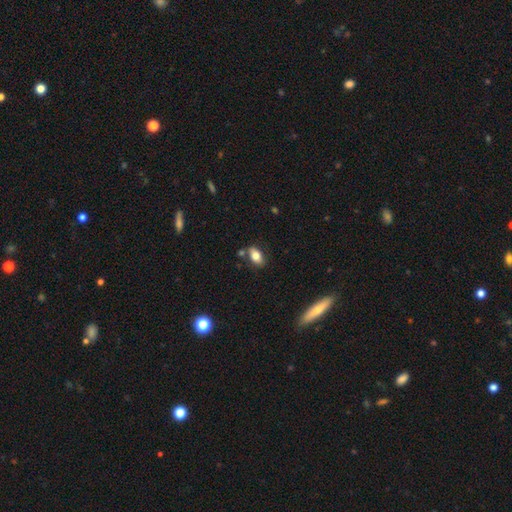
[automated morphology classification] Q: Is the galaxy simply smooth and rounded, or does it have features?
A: smooth — 79%.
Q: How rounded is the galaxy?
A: in between — 88%.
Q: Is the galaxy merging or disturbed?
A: none — 75%.